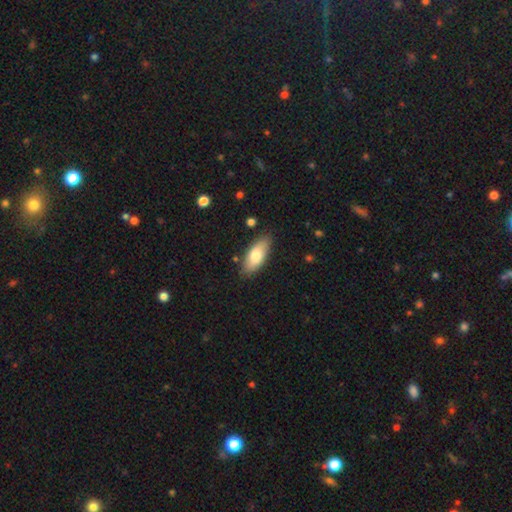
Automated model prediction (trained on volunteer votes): Smooth or featured? Predicted: smooth (p=0.77). How rounded? Predicted: in between (p=0.85). Merging? Predicted: none (p=0.83).